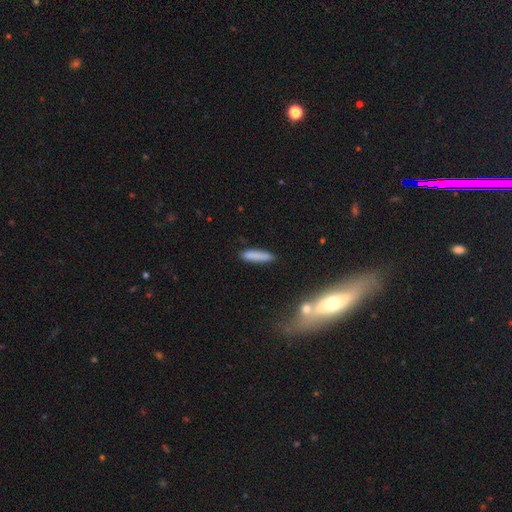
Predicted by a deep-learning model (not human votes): Smooth or featured? Predicted: smooth (p=0.84). How rounded? Predicted: cigar-shaped (p=0.84). Merging? Predicted: none (p=0.85).